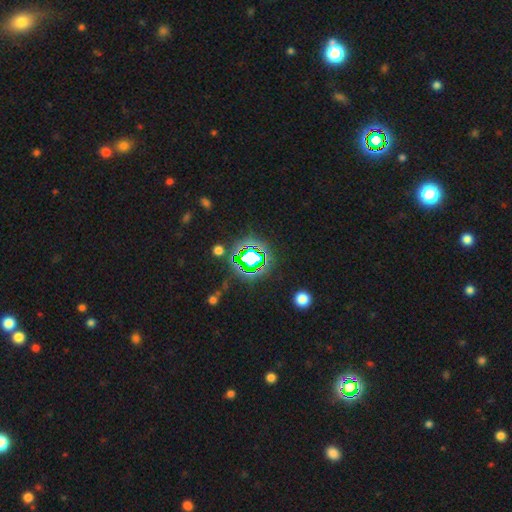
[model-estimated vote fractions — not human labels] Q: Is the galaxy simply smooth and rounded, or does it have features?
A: star or artifact — 71%.